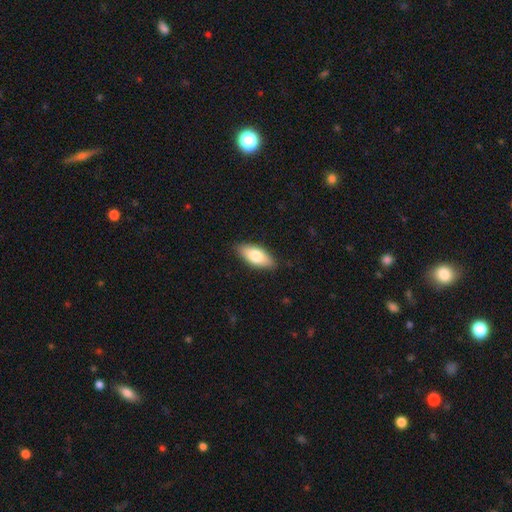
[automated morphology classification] A smooth galaxy with no disk features (77%) that is in between round and cigar-shaped (84%).

Vote fractions:
- Smooth or featured? smooth: 77% / featured or disk: 18% / star or artifact: 6%
- How rounded? in between: 84% / cigar-shaped: 14% / round: 2%
- Merging? none: 86% / minor disturbance: 11% / major disturbance: 2% / merger: 1%